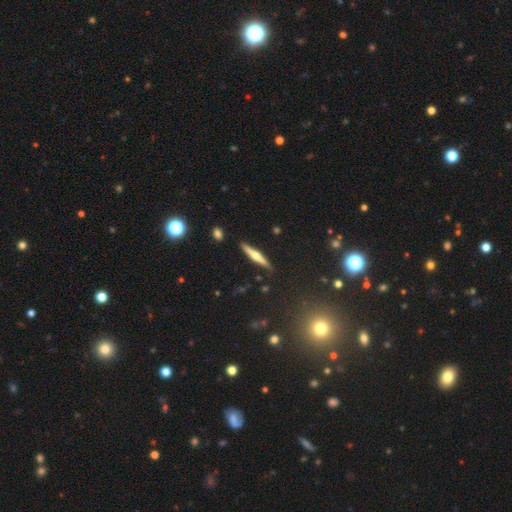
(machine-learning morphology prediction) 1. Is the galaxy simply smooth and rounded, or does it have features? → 57% featured or disk, 35% smooth, 7% star or artifact.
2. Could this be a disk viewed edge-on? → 96% yes, 4% no.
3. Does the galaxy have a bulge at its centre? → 81% rounded, 11% none, 8% boxy.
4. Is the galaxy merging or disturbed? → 89% none, 8% minor disturbance, 2% merger, 2% major disturbance.